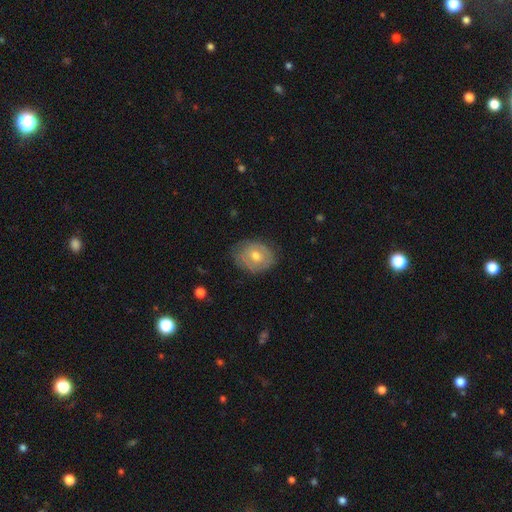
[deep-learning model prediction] Morphology: type=smooth (49%); merging=none (71%).